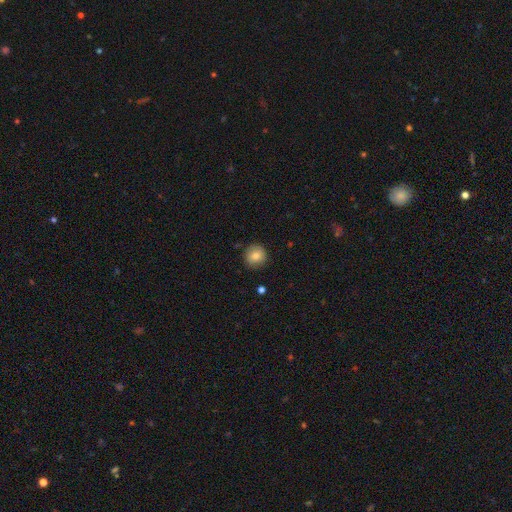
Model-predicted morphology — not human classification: The model was most divided on "smooth or featured": smooth: 81%, featured or disk: 10%, star or artifact: 9%. More confident: how rounded — round (93%); merging — none (88%).